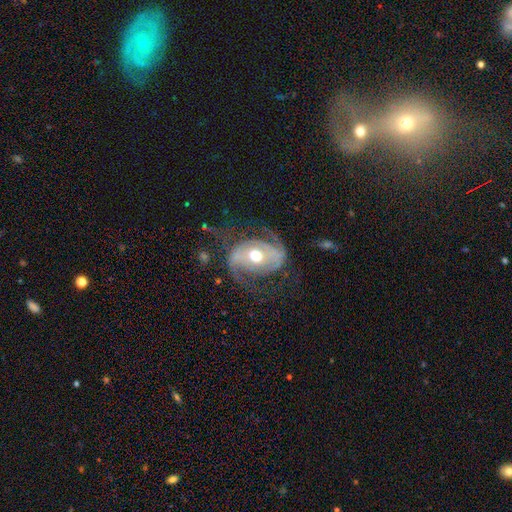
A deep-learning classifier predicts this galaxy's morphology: Smooth or featured: featured or disk — 86% (smooth — 9%)
Edge-on disk: no — 97% (yes — 3%)
Bar: no — 53% (weak — 31%)
Spiral arms: yes — 93% (no — 7%)
Spiral winding: medium — 46% (loose — 34%)
Spiral arm count: 2 — 84% (can't tell — 5%)
Bulge size: moderate — 72% (large — 20%)
Merging: none — 64% (minor disturbance — 18%)